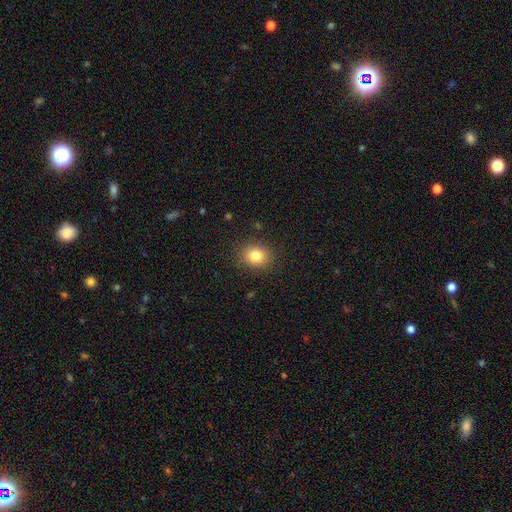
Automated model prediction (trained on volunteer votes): This is clearly a smooth galaxy (81%). How rounded: likely round (62%). Merging: clearly none (87%).